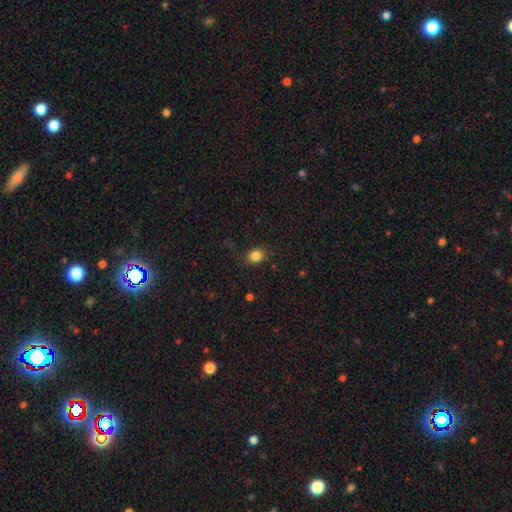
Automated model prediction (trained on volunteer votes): Smooth or featured? Predicted: smooth (p=0.85). How rounded? Predicted: round (p=0.51). Merging? Predicted: none (p=0.83).